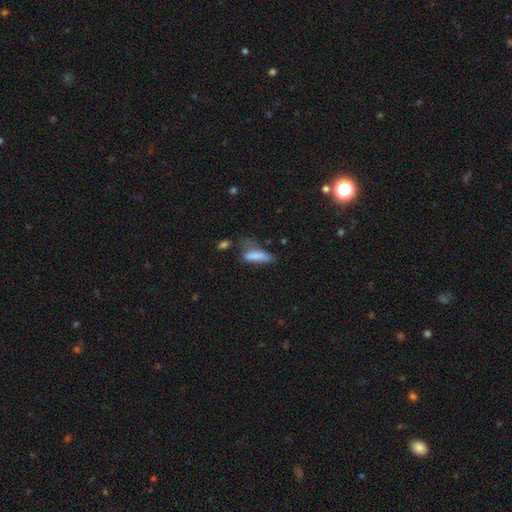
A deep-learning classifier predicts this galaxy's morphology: Smooth or featured? Predicted: smooth (p=0.77). How rounded? Predicted: in between (p=0.49, tied with cigar-shaped). Merging? Predicted: minor disturbance (p=0.32).